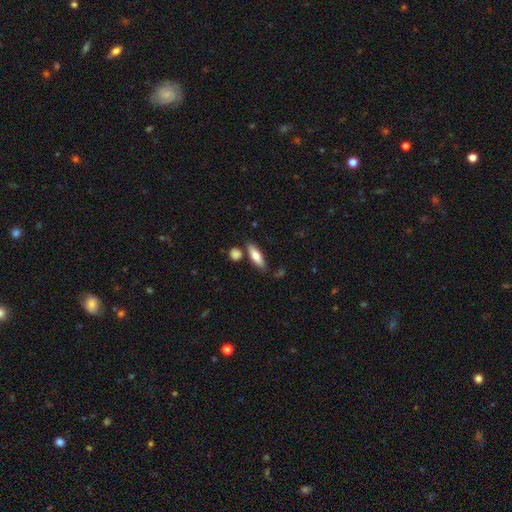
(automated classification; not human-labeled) smooth-or-featured: smooth: 68% | featured or disk: 26% | star or artifact: 6%
  how-rounded: cigar-shaped: 49% | in between: 48% | round: 3%
  merging: none: 75% | minor disturbance: 13% | merger: 8% | major disturbance: 3%